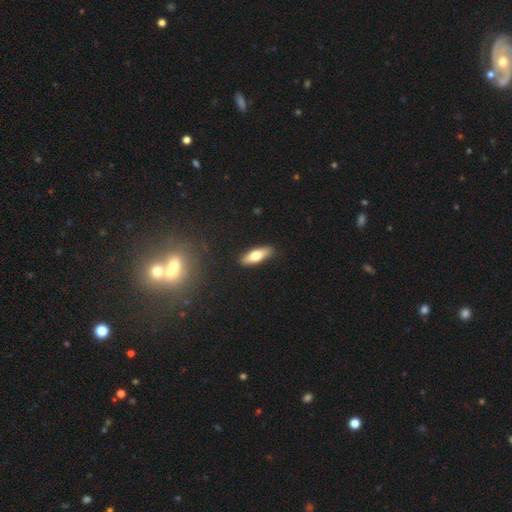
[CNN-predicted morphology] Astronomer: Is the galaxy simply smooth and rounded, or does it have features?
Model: smooth — 64%.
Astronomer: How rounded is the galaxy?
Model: in between — 55% (runner-up: cigar-shaped, 43%).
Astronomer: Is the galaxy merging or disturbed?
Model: none — 89%.